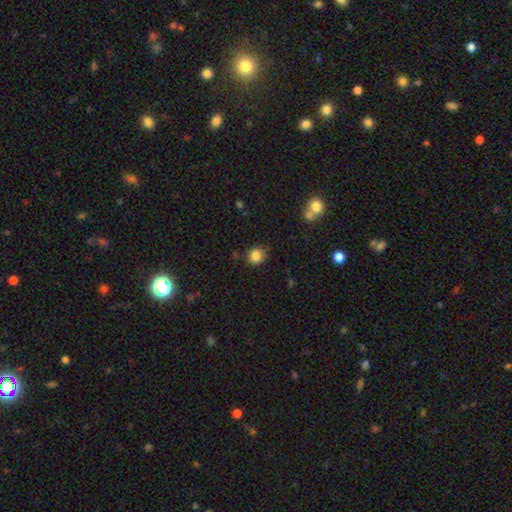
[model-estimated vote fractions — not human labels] Smooth or featured? Predicted: smooth (p=0.85). How rounded? Predicted: round (p=0.87). Merging? Predicted: none (p=0.82).